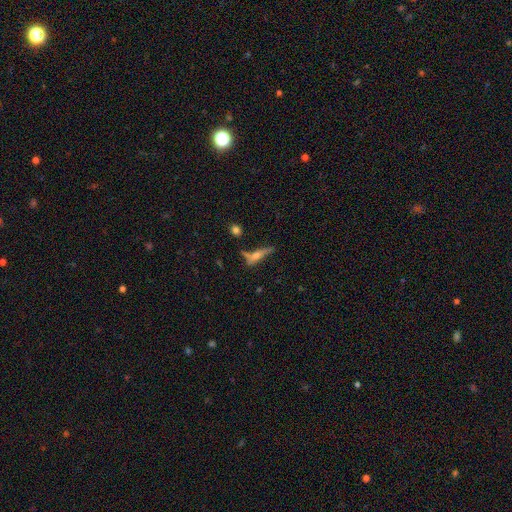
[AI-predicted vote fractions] smooth_or_featured: featured or disk (p=0.51) [alt: smooth p=0.37]
disk_edge_on: yes (p=0.87) [alt: no p=0.13]
merging: none (p=0.53) [alt: minor disturbance p=0.20]